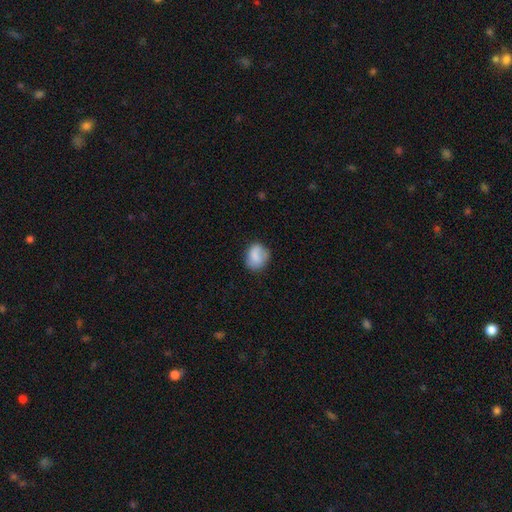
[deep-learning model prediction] A smooth galaxy with no disk features (79%) that is round (62%).

Vote fractions:
- Smooth or featured? smooth: 79% / featured or disk: 13% / star or artifact: 8%
- How rounded? round: 62% / in between: 37% / cigar-shaped: 1%
- Merging? none: 68% / minor disturbance: 23% / major disturbance: 7% / merger: 2%